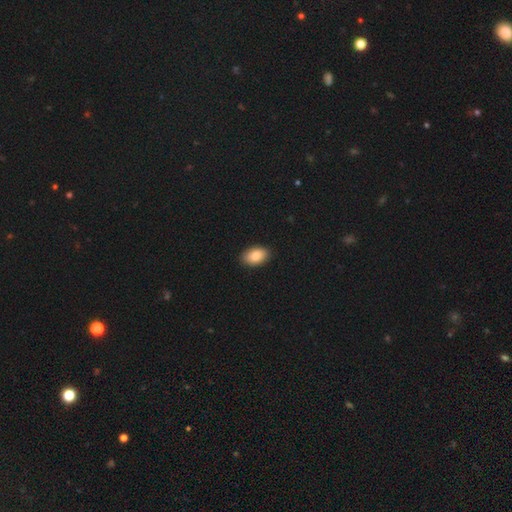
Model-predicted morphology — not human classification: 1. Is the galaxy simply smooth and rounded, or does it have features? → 85% smooth, 8% featured or disk, 7% star or artifact.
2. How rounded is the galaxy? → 91% in between, 7% round, 1% cigar-shaped.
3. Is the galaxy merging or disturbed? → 90% none, 7% minor disturbance, 2% major disturbance, 1% merger.